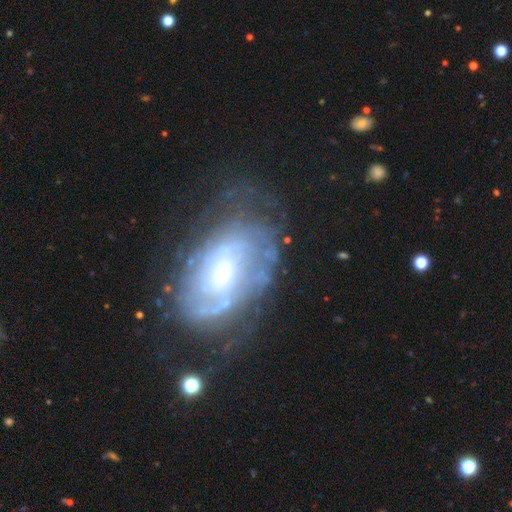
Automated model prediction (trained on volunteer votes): Smooth or featured? Predicted: featured or disk (p=0.79). Edge-on disk? Predicted: no (p=0.95). Bar? Predicted: no (p=0.60). Spiral arms? Predicted: yes (p=0.84). Spiral winding? Predicted: tight (p=0.64). Spiral arm count? Predicted: can't tell (p=0.54). Bulge size? Predicted: small (p=0.54). Merging? Predicted: none (p=0.62).